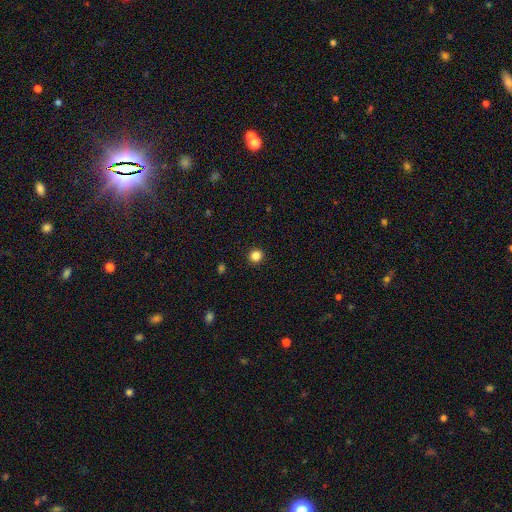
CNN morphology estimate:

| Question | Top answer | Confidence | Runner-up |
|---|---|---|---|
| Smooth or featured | smooth | 85% | star or artifact (11%) |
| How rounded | round | 89% | in between (10%) |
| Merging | none | 92% | minor disturbance (5%) |